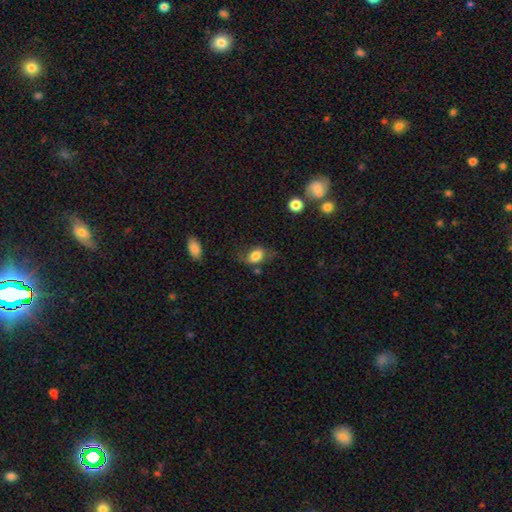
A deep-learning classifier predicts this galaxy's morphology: smooth 73%, featured or disk 18%, star or artifact 8%. Down the decision tree: how rounded — in between (79%); merging — none (52%).